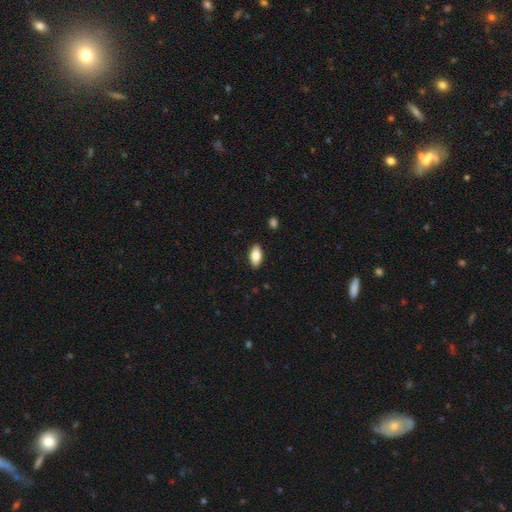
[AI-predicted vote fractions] Morphology: type=smooth (79%); roundness=in between (89%); merging=none (89%).